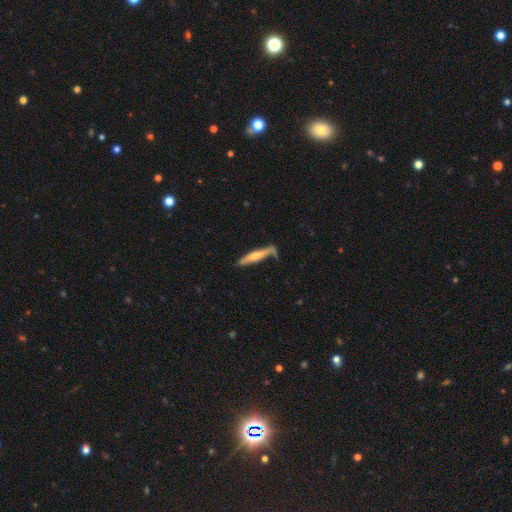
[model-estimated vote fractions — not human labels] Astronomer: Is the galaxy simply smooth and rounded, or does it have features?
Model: smooth — 50% (runner-up: featured or disk, 44%).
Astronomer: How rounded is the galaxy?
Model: cigar-shaped — 90%.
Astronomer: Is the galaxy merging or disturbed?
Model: none — 59%.